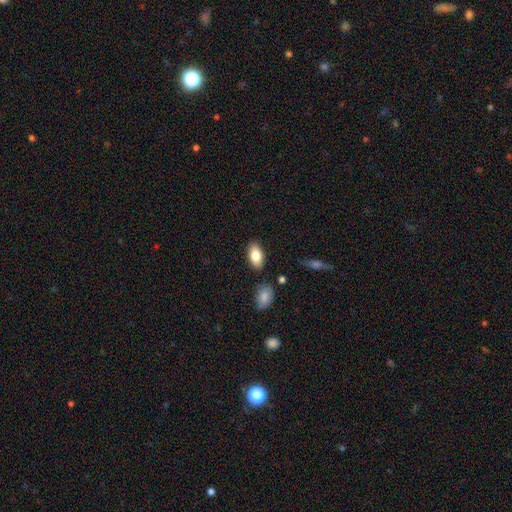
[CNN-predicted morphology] Smooth or featured?
  - smooth: 79% *
  - featured or disk: 14%
  - star or artifact: 7%
How rounded?
  - in between: 92% *
  - round: 4%
  - cigar-shaped: 4%
Merging?
  - none: 85% *
  - minor disturbance: 10%
  - merger: 3%
  - major disturbance: 2%